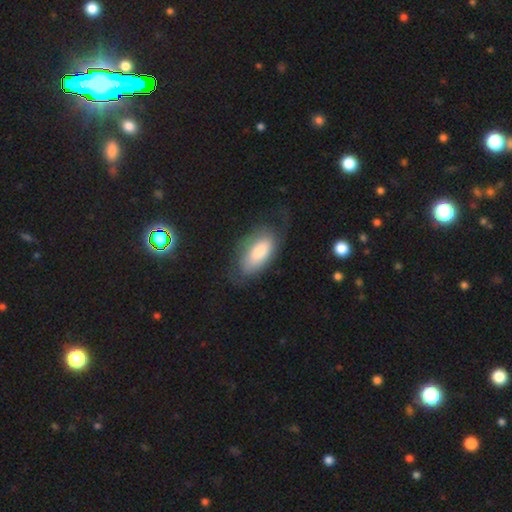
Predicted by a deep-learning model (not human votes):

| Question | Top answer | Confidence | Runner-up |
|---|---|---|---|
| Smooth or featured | smooth | 64% | featured or disk (30%) |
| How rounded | in between | 92% | cigar-shaped (5%) |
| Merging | none | 57% | minor disturbance (24%) |